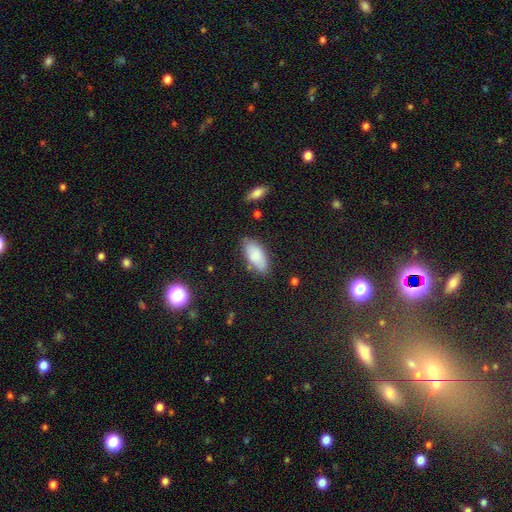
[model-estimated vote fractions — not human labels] This is clearly a smooth galaxy (82%). How rounded: clearly in between (90%). Merging: likely none (77%).